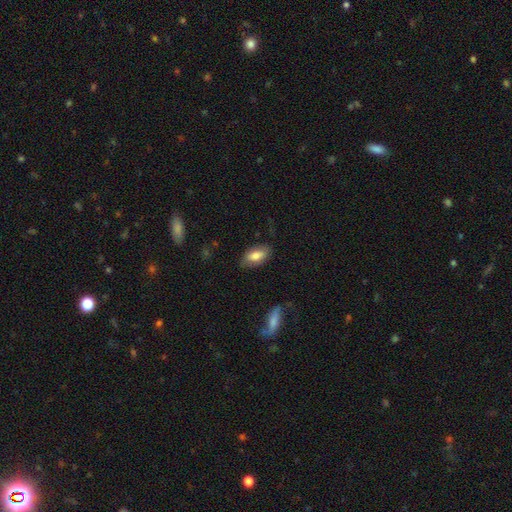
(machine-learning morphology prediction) smooth 75%, featured or disk 18%, star or artifact 7%. Down the decision tree: how rounded — in between (91%); merging — none (79%).